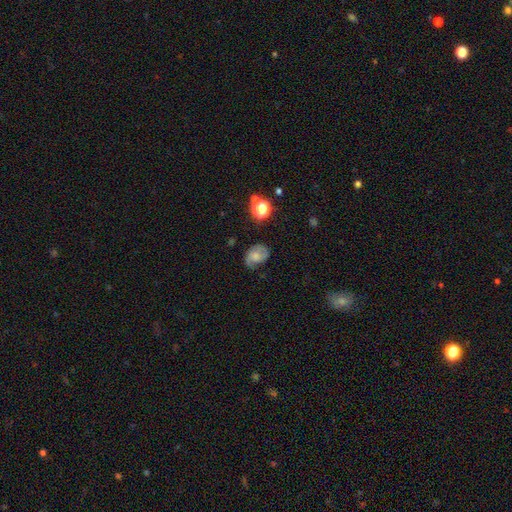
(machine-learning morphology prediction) This appears to be a featured or disk galaxy (58%) with no bar (67%), spiral arms (88%) and a small central bulge (34%). Merging: none (60%).